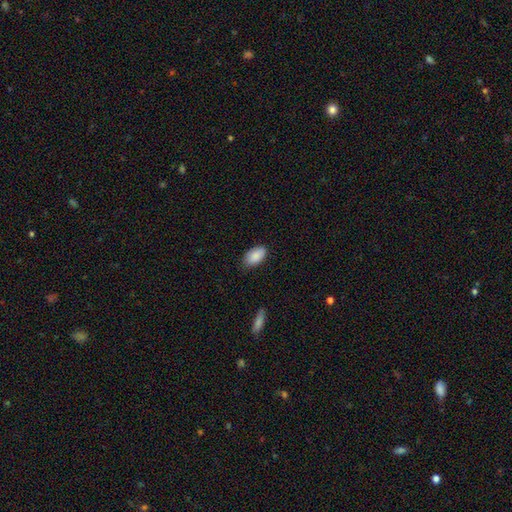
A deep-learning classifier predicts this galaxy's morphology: Smooth or featured? Predicted: smooth (p=0.88). How rounded? Predicted: in between (p=0.94). Merging? Predicted: none (p=0.80).